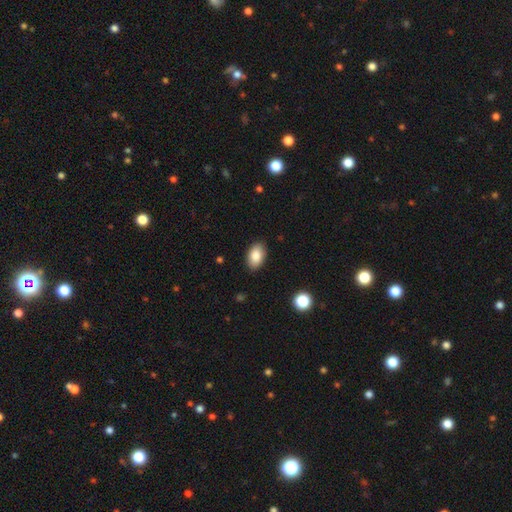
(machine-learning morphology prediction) Smooth or featured: smooth — 86% (star or artifact — 7%)
How rounded: in between — 92% (round — 7%)
Merging: none — 88% (minor disturbance — 9%)